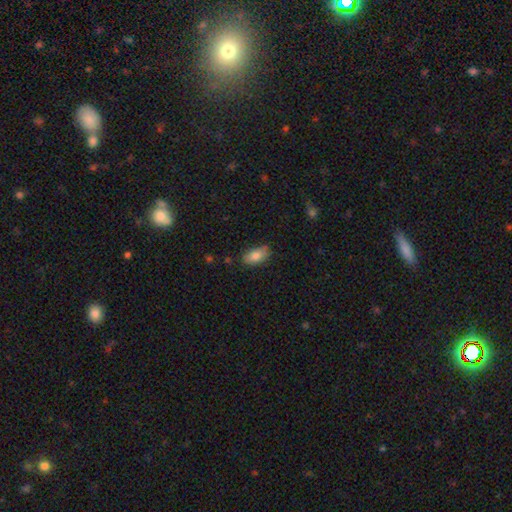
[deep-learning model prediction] smooth 83%, featured or disk 10%, star or artifact 7%. Down the decision tree: how rounded — in between (90%); merging — none (79%).